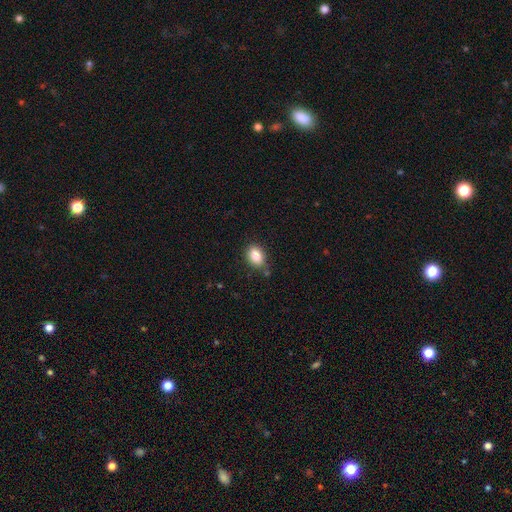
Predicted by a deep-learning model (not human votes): smooth-or-featured: smooth: 87% | star or artifact: 8% | featured or disk: 5%
  how-rounded: in between: 80% | round: 19% | cigar-shaped: 1%
  merging: none: 75% | minor disturbance: 18% | major disturbance: 4% | merger: 4%